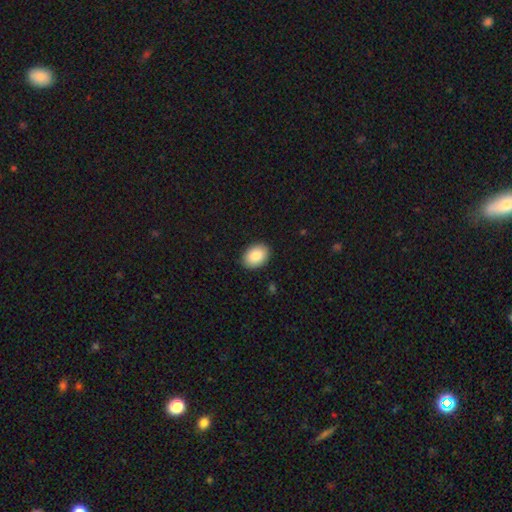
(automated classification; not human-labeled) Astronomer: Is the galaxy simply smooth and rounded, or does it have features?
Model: smooth — 86%.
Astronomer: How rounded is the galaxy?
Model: in between — 80%.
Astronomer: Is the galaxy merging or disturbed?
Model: none — 90%.